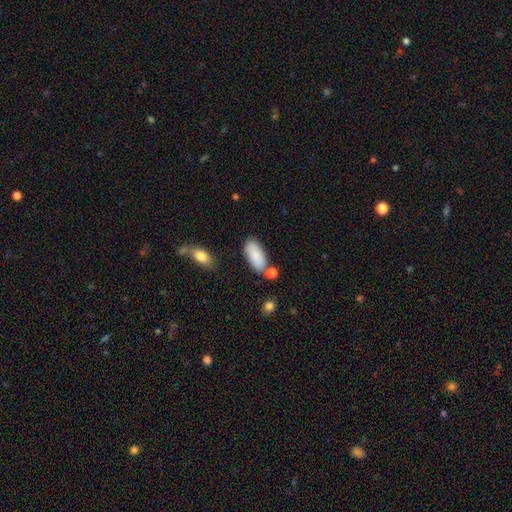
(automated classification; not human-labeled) Smooth or featured? Predicted: smooth (p=0.86). How rounded? Predicted: in between (p=0.88). Merging? Predicted: none (p=0.67).